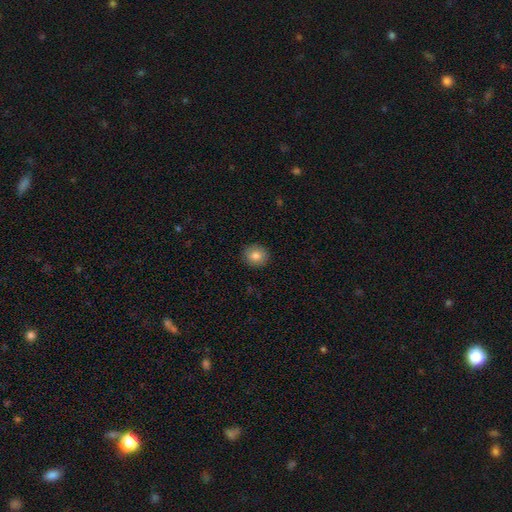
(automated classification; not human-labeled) Smooth or featured?
  - smooth: 82% *
  - star or artifact: 9%
  - featured or disk: 8%
How rounded?
  - round: 83% *
  - in between: 16%
  - cigar-shaped: 1%
Merging?
  - none: 91% *
  - minor disturbance: 6%
  - major disturbance: 2%
  - merger: 1%